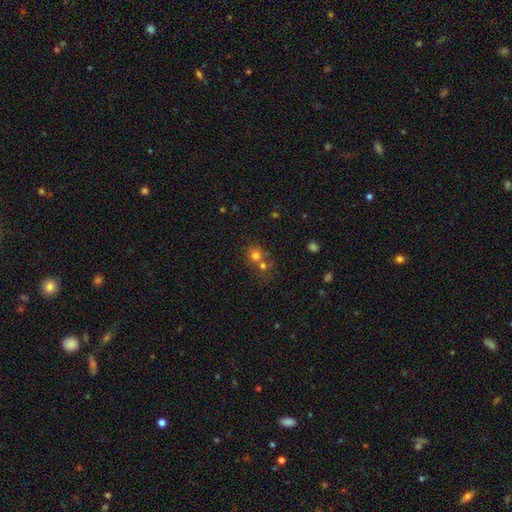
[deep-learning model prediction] smooth-or-featured: smooth: 70% | star or artifact: 16% | featured or disk: 14%
  how-rounded: round: 79% | in between: 20% | cigar-shaped: 1%
  merging: merger: 48% | none: 40% | minor disturbance: 8% | major disturbance: 4%